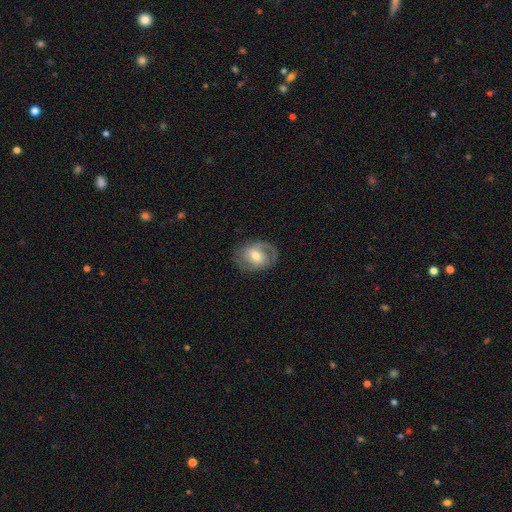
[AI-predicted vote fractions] featured or disk 66%, smooth 28%, star or artifact 6%. Down the decision tree: edge-on disk — no (96%); bar — weak (43%); spiral arms — yes (81%); spiral arm count — 2 (68%); spiral winding — medium (43%); bulge size — moderate (66%); merging — none (75%).